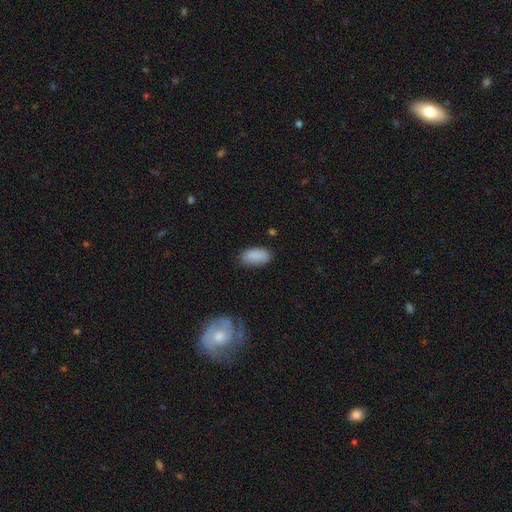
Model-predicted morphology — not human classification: smooth 88%, star or artifact 7%, featured or disk 5%. Down the decision tree: how rounded — in between (93%); merging — none (76%).